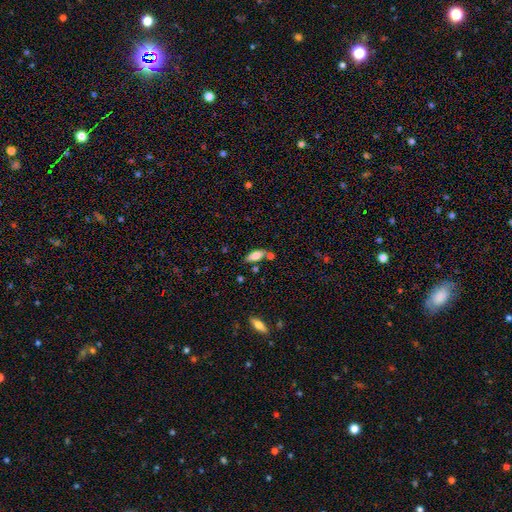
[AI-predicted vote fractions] A smooth galaxy with no disk features (73%) that is in between round and cigar-shaped (73%).

Vote fractions:
- Smooth or featured? smooth: 73% / featured or disk: 19% / star or artifact: 7%
- How rounded? in between: 73% / cigar-shaped: 25% / round: 2%
- Merging? none: 68% / minor disturbance: 16% / merger: 13% / major disturbance: 4%